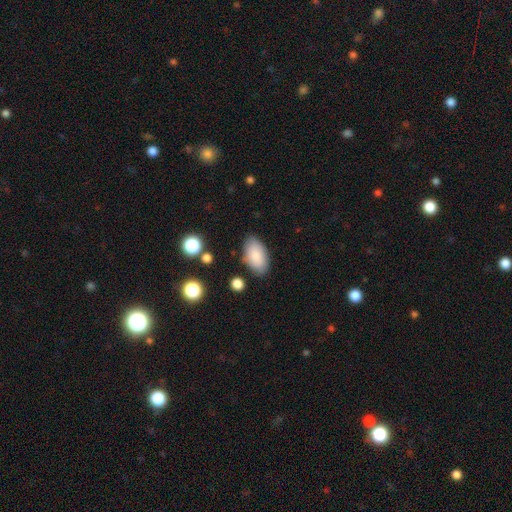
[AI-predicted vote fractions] smooth-or-featured: smooth: 85% | featured or disk: 8% | star or artifact: 7%
  how-rounded: in between: 94% | round: 4% | cigar-shaped: 2%
  merging: none: 81% | minor disturbance: 14% | major disturbance: 3% | merger: 2%